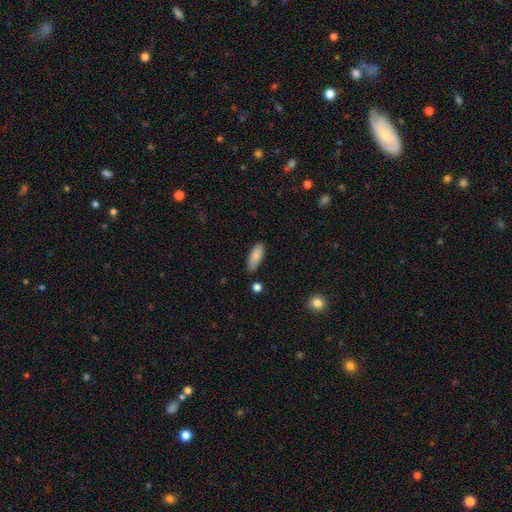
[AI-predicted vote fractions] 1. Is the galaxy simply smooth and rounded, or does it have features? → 84% smooth, 10% featured or disk, 6% star or artifact.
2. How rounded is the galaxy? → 67% in between, 31% cigar-shaped, 2% round.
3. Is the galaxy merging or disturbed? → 83% none, 12% minor disturbance, 3% merger, 2% major disturbance.